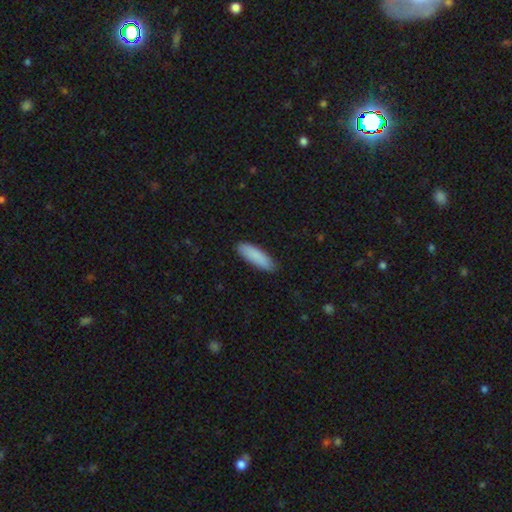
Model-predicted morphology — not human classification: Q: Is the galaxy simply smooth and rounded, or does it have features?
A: smooth — 89%.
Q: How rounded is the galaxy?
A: cigar-shaped — 55%.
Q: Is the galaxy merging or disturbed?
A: none — 88%.